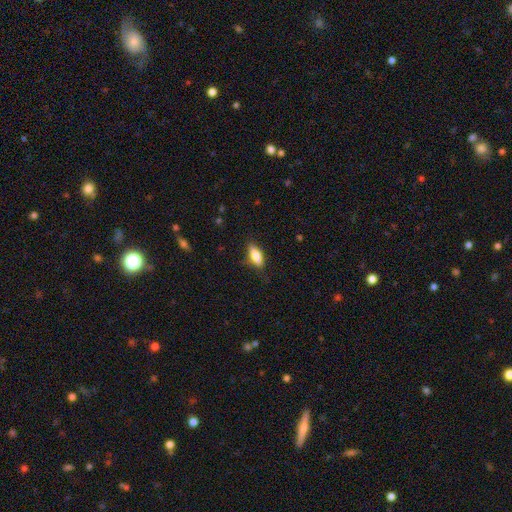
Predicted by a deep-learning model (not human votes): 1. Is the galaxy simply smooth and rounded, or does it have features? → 72% smooth, 21% featured or disk, 7% star or artifact.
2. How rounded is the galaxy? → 71% in between, 26% cigar-shaped, 3% round.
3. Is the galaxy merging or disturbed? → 79% none, 16% minor disturbance, 4% major disturbance, 1% merger.